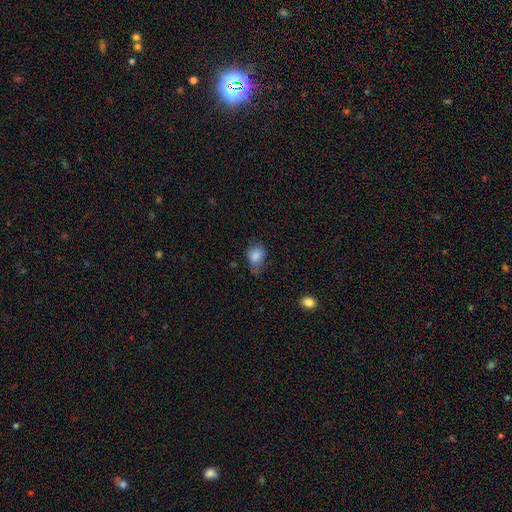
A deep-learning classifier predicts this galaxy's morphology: Smooth or featured? smooth (82%)
How rounded? in between (71%)
Merging? none (47%)